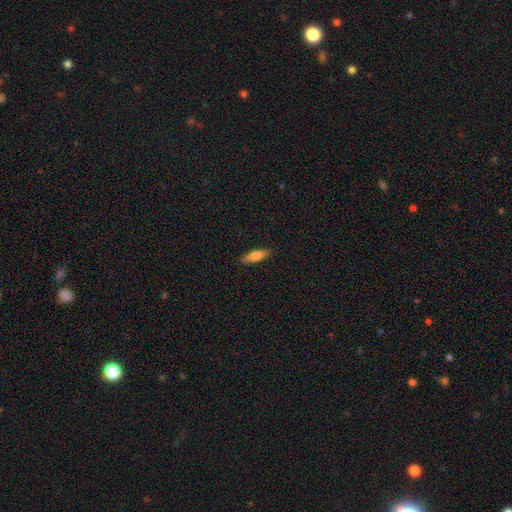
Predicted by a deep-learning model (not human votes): A smooth galaxy with no disk features (71%) that is cigar-shaped (55%).

Vote fractions:
- Smooth or featured? smooth: 71% / featured or disk: 23% / star or artifact: 6%
- How rounded? cigar-shaped: 55% / in between: 43% / round: 2%
- Merging? none: 89% / minor disturbance: 8% / major disturbance: 2% / merger: 1%